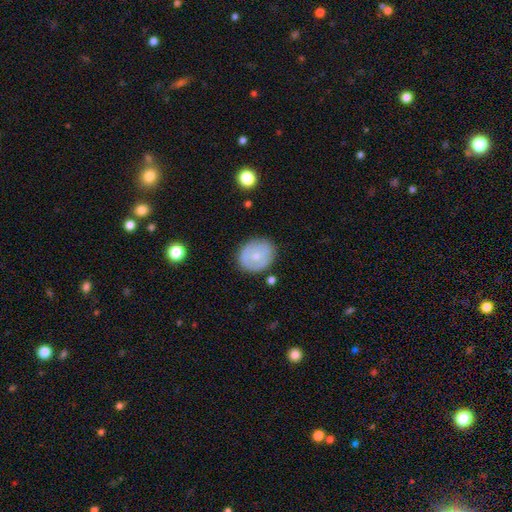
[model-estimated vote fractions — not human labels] smooth 58%, featured or disk 36%, star or artifact 7%. Down the decision tree: how rounded — round (66%); merging — none (80%).